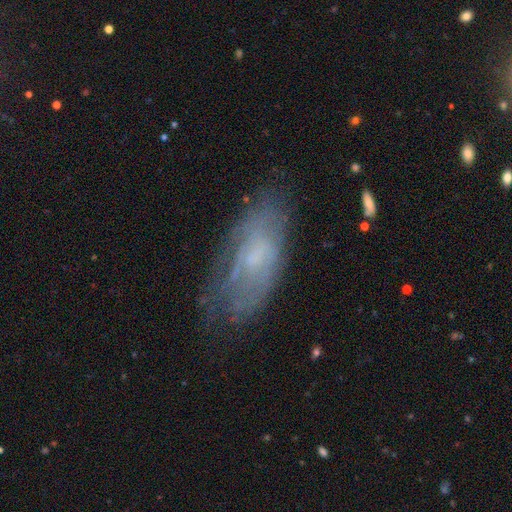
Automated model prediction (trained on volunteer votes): smooth-or-featured: featured or disk: 50% | smooth: 40% | star or artifact: 10%
  merging: none: 62% | minor disturbance: 25% | major disturbance: 11% | merger: 2%